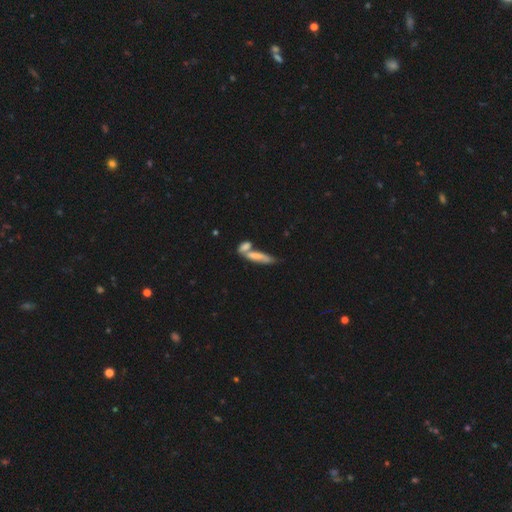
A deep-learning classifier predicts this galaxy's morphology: Smooth or featured? Predicted: smooth (p=0.68). How rounded? Predicted: cigar-shaped (p=0.64). Merging? Predicted: merger (p=0.50).